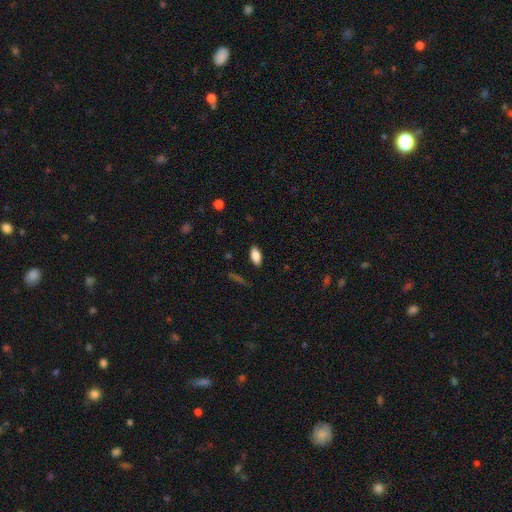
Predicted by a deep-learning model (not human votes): Smooth or featured?
  - smooth: 86% *
  - star or artifact: 8%
  - featured or disk: 6%
How rounded?
  - in between: 91% *
  - cigar-shaped: 6%
  - round: 3%
Merging?
  - none: 87% *
  - minor disturbance: 9%
  - major disturbance: 2%
  - merger: 1%